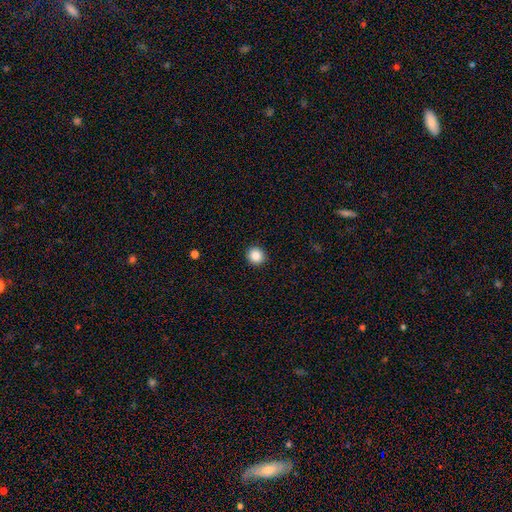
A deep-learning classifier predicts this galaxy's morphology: smooth 87%, star or artifact 10%, featured or disk 3%. Down the decision tree: how rounded — round (90%); merging — none (93%).